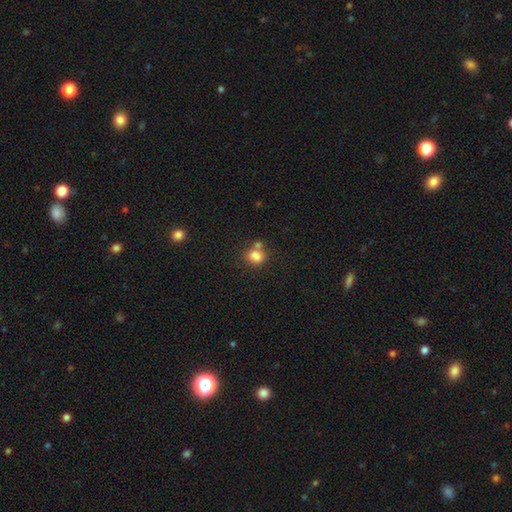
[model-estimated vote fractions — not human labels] This is clearly a smooth galaxy (80%). How rounded: possibly in between (50%). Merging: possibly none (48%).